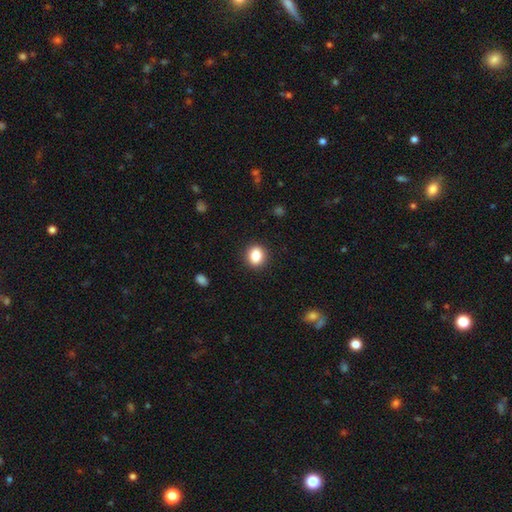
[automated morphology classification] smooth_or_featured: smooth (p=0.85) [alt: star or artifact p=0.10]
how_rounded: round (p=0.62) [alt: in between p=0.37]
merging: none (p=0.90) [alt: minor disturbance p=0.07]